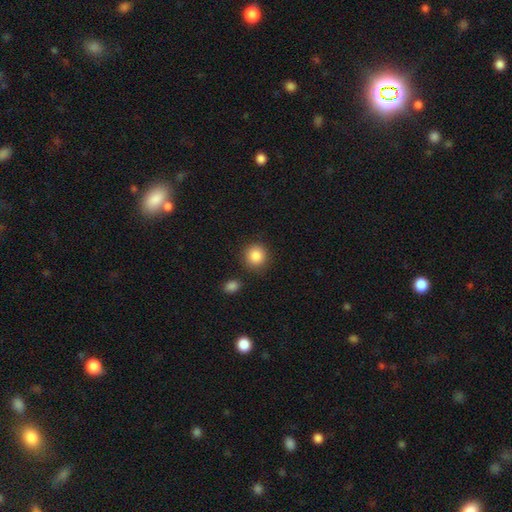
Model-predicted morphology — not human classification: Smooth or featured: smooth — 87% (star or artifact — 8%)
How rounded: round — 91% (in between — 8%)
Merging: none — 85% (minor disturbance — 8%)